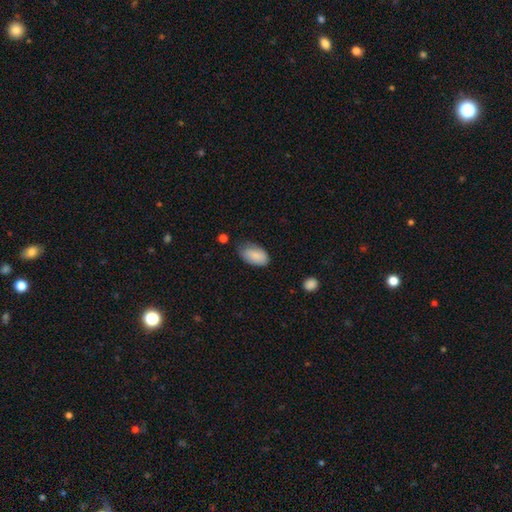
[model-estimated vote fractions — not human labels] smooth-or-featured: smooth: 86% | featured or disk: 7% | star or artifact: 7%
  how-rounded: in between: 94% | round: 4% | cigar-shaped: 2%
  merging: none: 63% | minor disturbance: 29% | major disturbance: 6% | merger: 2%